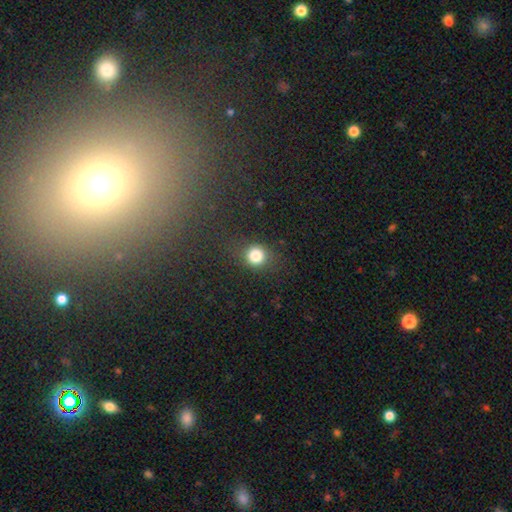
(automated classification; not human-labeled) A smooth galaxy with no disk features (81%) that is round (86%).

Vote fractions:
- Smooth or featured? smooth: 81% / star or artifact: 13% / featured or disk: 6%
- How rounded? round: 86% / in between: 13% / cigar-shaped: 1%
- Merging? none: 82% / minor disturbance: 10% / major disturbance: 5% / merger: 3%